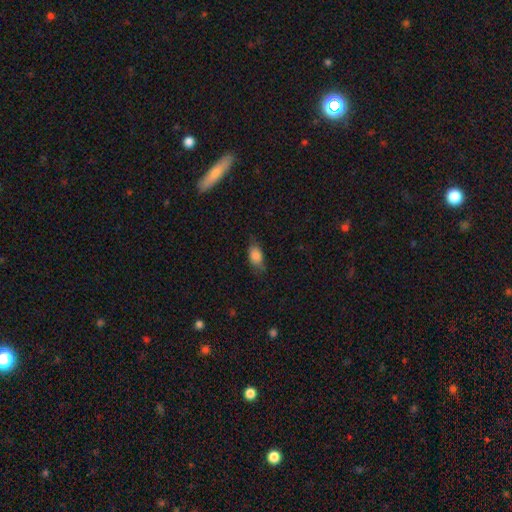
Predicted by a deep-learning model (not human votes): A smooth galaxy with no disk features (83%) that is in between round and cigar-shaped (86%). Merging: none (68%).